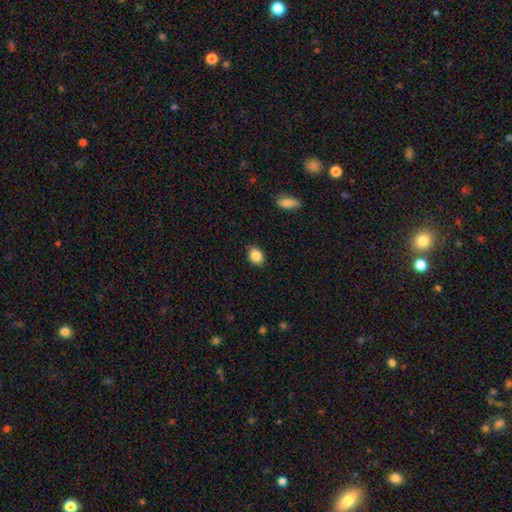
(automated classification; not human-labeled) A smooth galaxy with no disk features (87%) that is in between round and cigar-shaped (59%). Merging: none (87%).